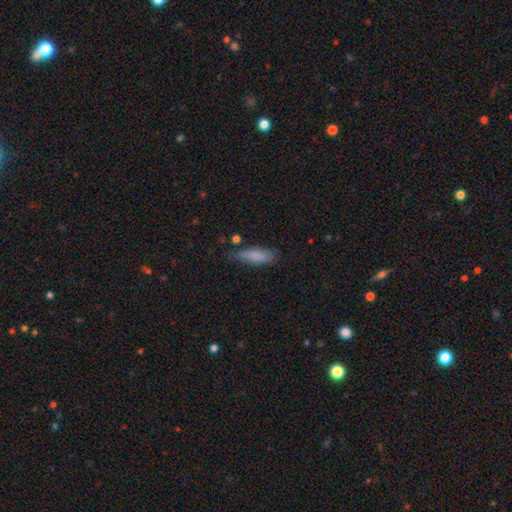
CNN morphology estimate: Smooth or featured? Predicted: smooth (p=0.81). How rounded? Predicted: in between (p=0.50). Merging? Predicted: none (p=0.58).